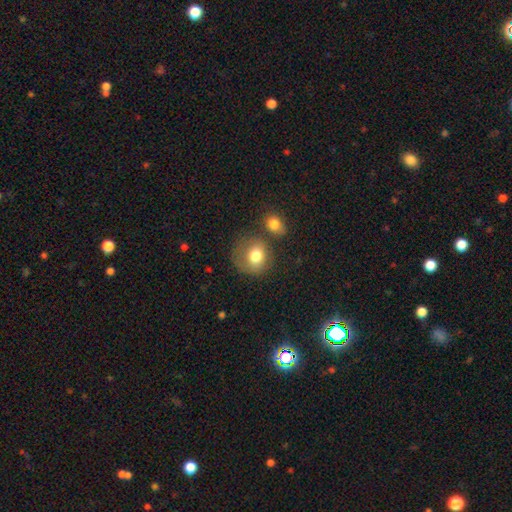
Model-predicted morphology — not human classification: Smooth or featured? smooth (77%)
How rounded? round (77%)
Merging? none (54%)